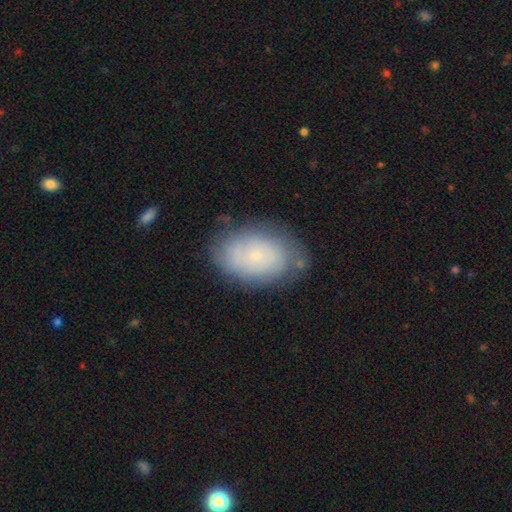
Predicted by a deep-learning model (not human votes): Smooth or featured? smooth (47%)
Merging? none (71%)